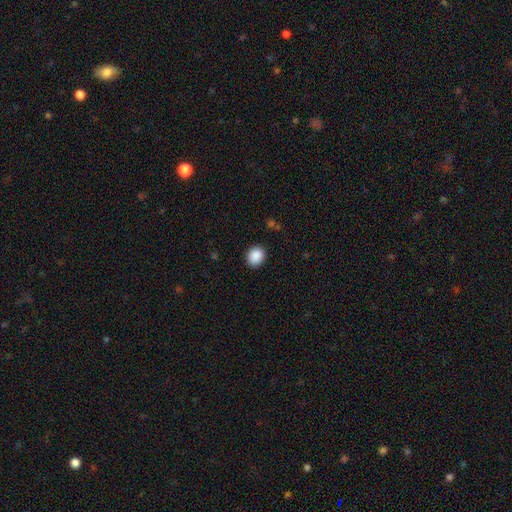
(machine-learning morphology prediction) This is clearly a smooth galaxy (89%). How rounded: likely round (64%). Merging: clearly none (89%).